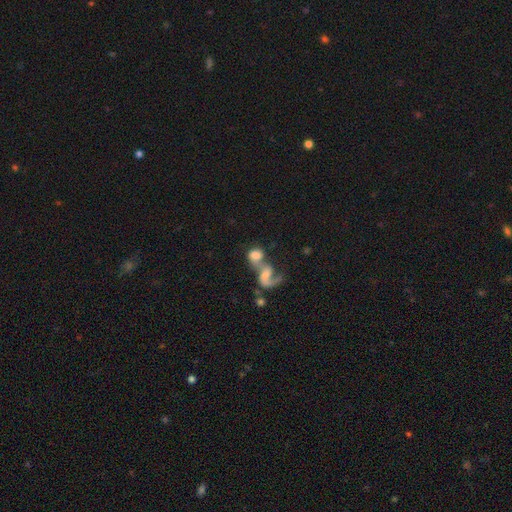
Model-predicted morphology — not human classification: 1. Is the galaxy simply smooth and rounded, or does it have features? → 53% smooth, 37% featured or disk, 10% star or artifact.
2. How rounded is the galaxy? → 59% in between, 37% round, 4% cigar-shaped.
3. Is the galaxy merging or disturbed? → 73% merger, 12% none, 10% major disturbance, 5% minor disturbance.